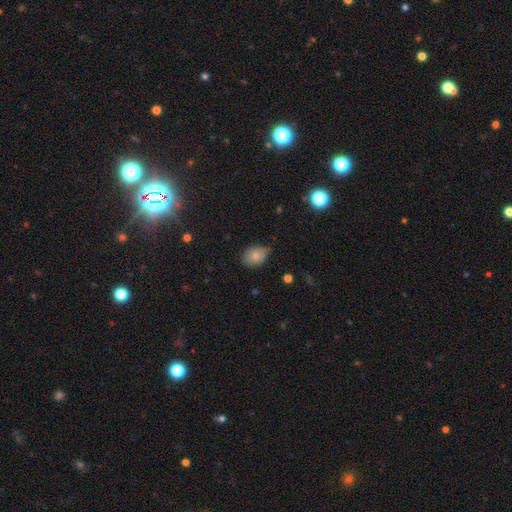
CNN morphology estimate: Smooth or featured? Predicted: smooth (p=0.83). How rounded? Predicted: in between (p=0.76). Merging? Predicted: none (p=0.69).